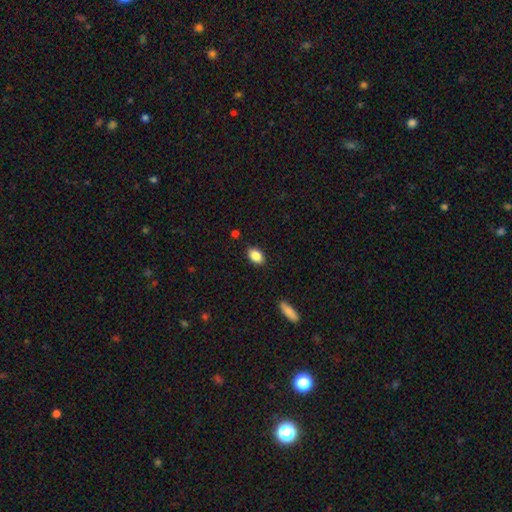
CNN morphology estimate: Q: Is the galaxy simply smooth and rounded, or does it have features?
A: smooth — 87%.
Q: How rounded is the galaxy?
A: in between — 88%.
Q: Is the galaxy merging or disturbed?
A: none — 88%.